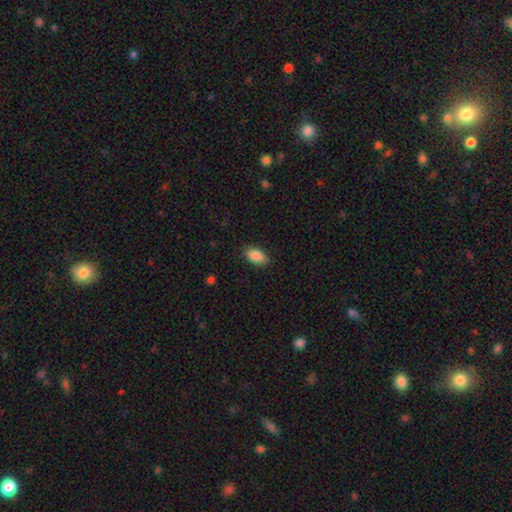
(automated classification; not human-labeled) Smooth or featured?
  - smooth: 89% *
  - star or artifact: 7%
  - featured or disk: 4%
How rounded?
  - in between: 93% *
  - round: 5%
  - cigar-shaped: 2%
Merging?
  - none: 86% *
  - minor disturbance: 11%
  - major disturbance: 3%
  - merger: 1%